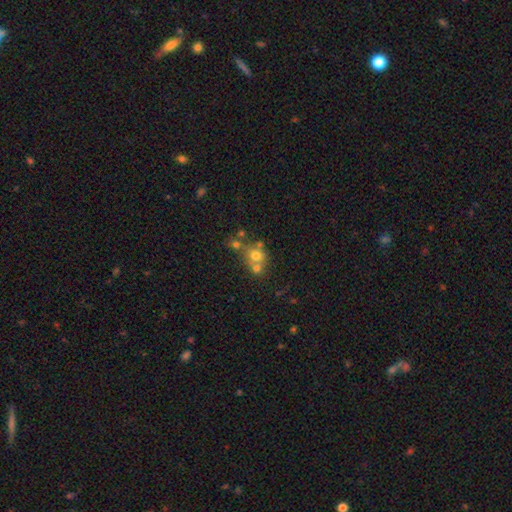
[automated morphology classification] The model was most divided on "merging": merger: 50%, none: 37%, minor disturbance: 8%, major disturbance: 5%. More confident: how rounded — round (77%); smooth or featured — smooth (65%).